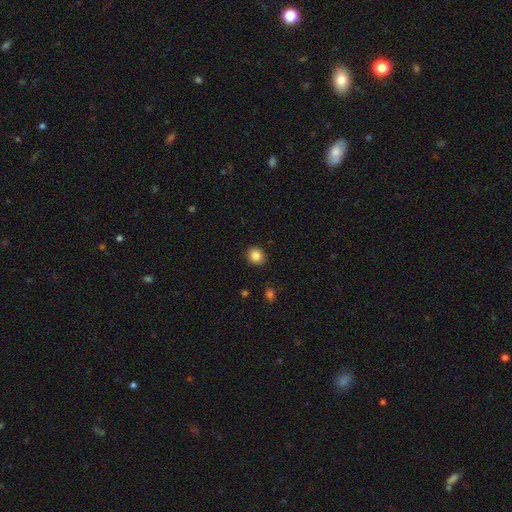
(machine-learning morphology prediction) Smooth or featured?
  - smooth: 86% *
  - star or artifact: 10%
  - featured or disk: 5%
How rounded?
  - round: 77% *
  - in between: 22%
  - cigar-shaped: 1%
Merging?
  - none: 91% *
  - minor disturbance: 6%
  - major disturbance: 2%
  - merger: 1%